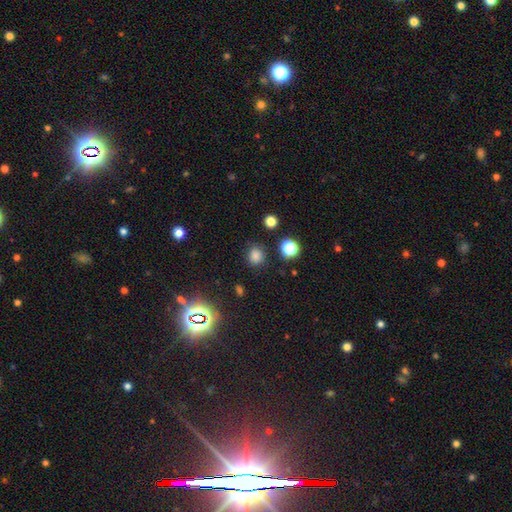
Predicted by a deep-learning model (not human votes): Smooth or featured: smooth — 78% (star or artifact — 17%)
How rounded: round — 79% (in between — 20%)
Merging: none — 84% (minor disturbance — 10%)